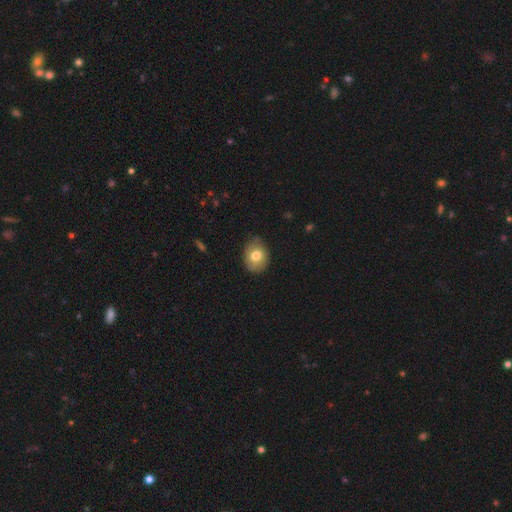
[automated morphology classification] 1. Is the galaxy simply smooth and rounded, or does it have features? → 72% smooth, 20% featured or disk, 8% star or artifact.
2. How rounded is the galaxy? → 57% in between, 42% round, 1% cigar-shaped.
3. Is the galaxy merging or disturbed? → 77% none, 18% minor disturbance, 3% major disturbance, 1% merger.